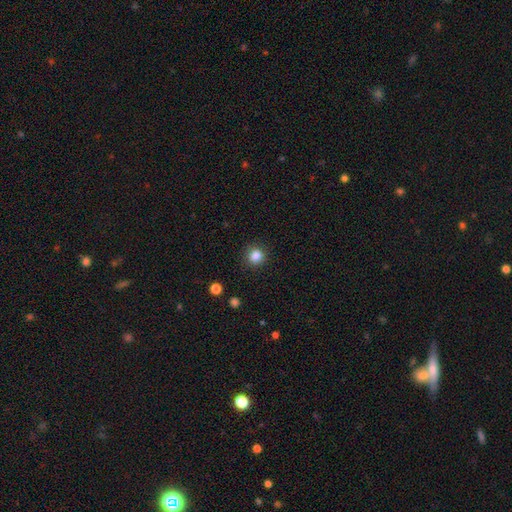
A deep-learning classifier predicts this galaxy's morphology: A smooth galaxy with no disk features (85%) that is round (87%).

Vote fractions:
- Smooth or featured? smooth: 85% / star or artifact: 11% / featured or disk: 4%
- How rounded? round: 87% / in between: 12% / cigar-shaped: 1%
- Merging? none: 88% / minor disturbance: 8% / major disturbance: 3% / merger: 1%